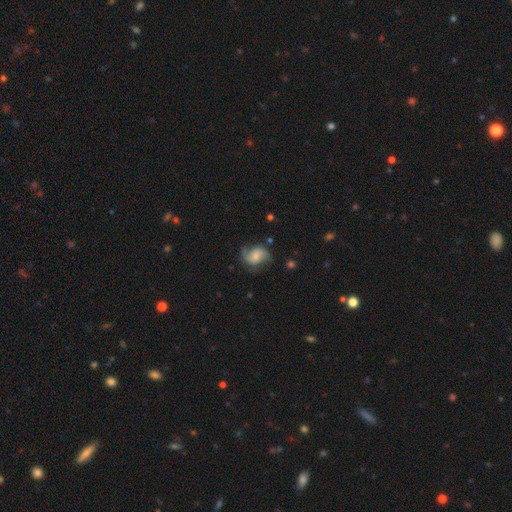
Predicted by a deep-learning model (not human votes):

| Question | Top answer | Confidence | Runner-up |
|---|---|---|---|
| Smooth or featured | featured or disk | 65% | smooth (27%) |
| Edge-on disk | no | 97% | yes (3%) |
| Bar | no | 59% | weak (34%) |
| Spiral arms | yes | 92% | no (8%) |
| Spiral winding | medium | 42% | loose (40%) |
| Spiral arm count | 2 | 75% | 1 (13%) |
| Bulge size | small | 47% | moderate (33%) |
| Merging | none | 61% | minor disturbance (24%) |